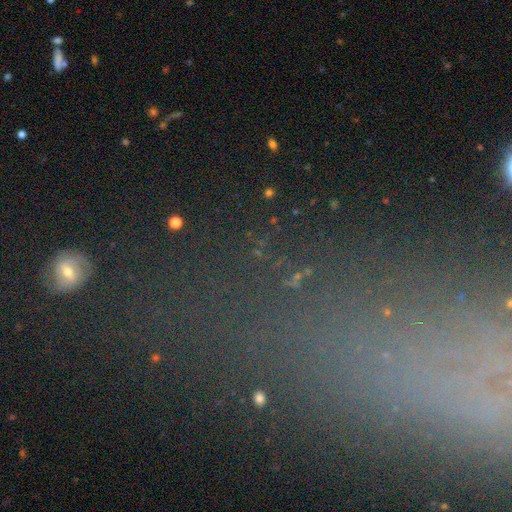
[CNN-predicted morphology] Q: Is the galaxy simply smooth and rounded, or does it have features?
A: star or artifact — 54%.